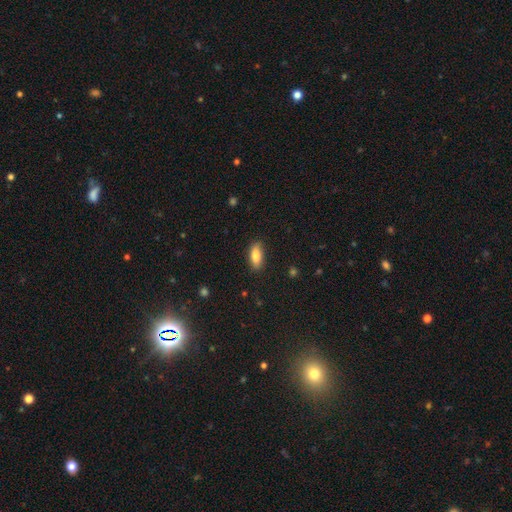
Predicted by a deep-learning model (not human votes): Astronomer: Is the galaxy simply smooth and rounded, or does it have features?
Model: smooth — 82%.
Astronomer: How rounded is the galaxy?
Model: in between — 81%.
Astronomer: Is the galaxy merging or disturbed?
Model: none — 86%.